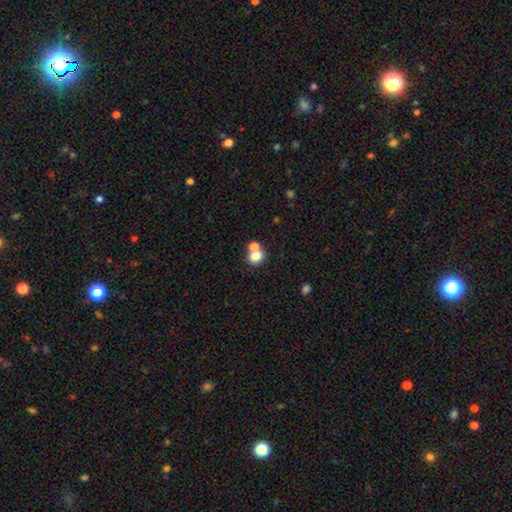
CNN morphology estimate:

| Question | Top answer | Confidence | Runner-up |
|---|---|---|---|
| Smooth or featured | smooth | 77% | star or artifact (12%) |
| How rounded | round | 74% | in between (25%) |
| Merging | none | 48% | merger (41%) |